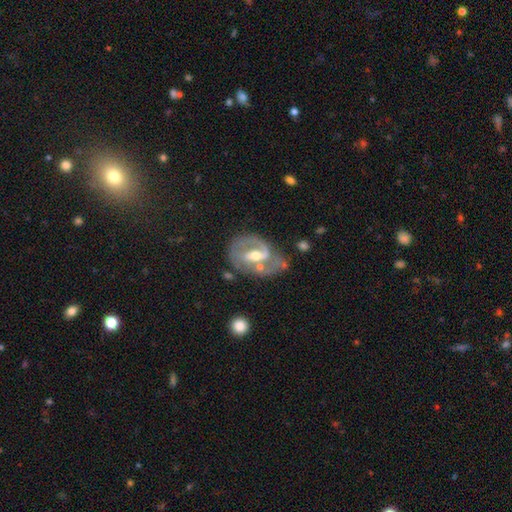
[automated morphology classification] Overall: featured or disk (81%). Edge-on disk: no (96%). Bar: weak (45%; strong 35%). Spiral arms: yes (83%). Spiral arm count: 2 (63%). Spiral winding: medium (44%; tight 38%). Bulge size: moderate (64%; small 29%). Merging: none (46%; minor disturbance 24%).